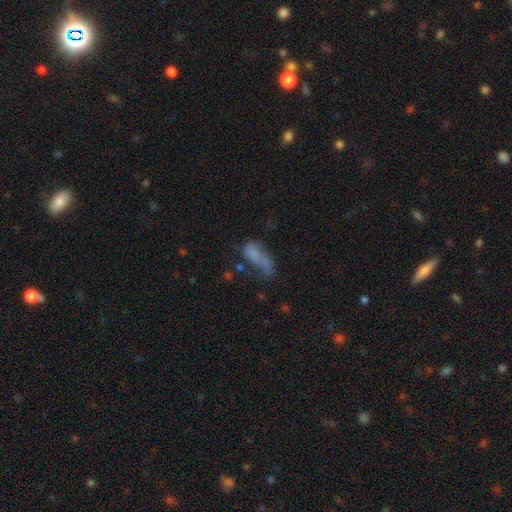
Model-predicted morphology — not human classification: smooth 61%, featured or disk 23%, star or artifact 15%. Down the decision tree: how rounded — in between (76%); merging — major disturbance (38%).